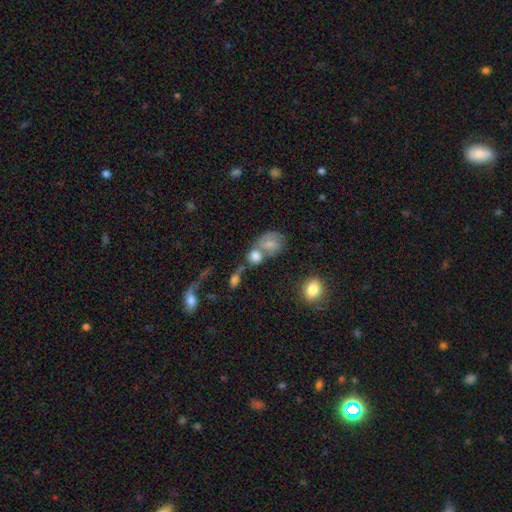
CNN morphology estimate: Q: Smooth or featured?
A: smooth (70%); runner-up: featured or disk (19%)
Q: How rounded?
A: round (56%); runner-up: in between (42%)
Q: Merging?
A: merger (52%); runner-up: none (29%)